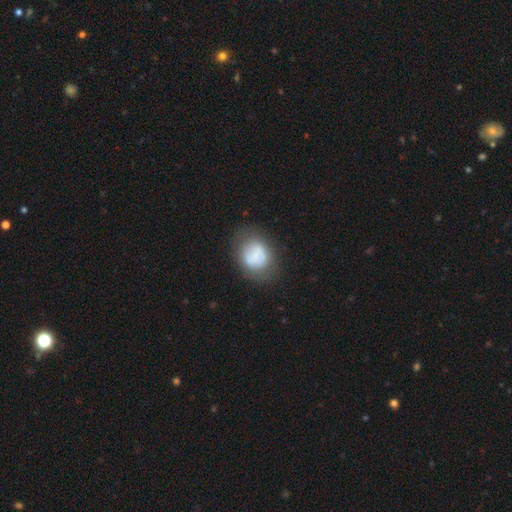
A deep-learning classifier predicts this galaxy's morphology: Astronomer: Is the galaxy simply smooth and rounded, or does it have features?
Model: smooth — 67%.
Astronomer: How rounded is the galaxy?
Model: round — 58% (runner-up: in between, 41%).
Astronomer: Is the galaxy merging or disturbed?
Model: none — 65%.